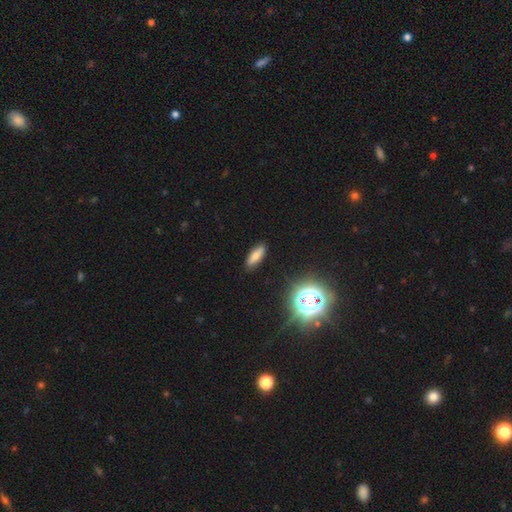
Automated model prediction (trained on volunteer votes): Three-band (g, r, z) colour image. It shows a smooth galaxy with no disk features (74%) that is in between round and cigar-shaped (69%). Merging: none (88%).